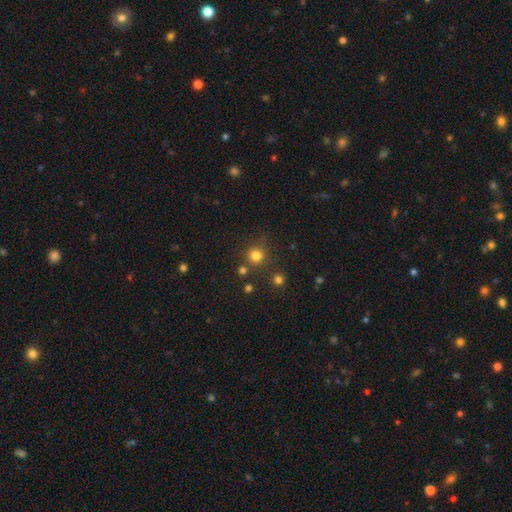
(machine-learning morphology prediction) A smooth galaxy with no disk features (78%) that is round (92%). Merging: none (78%).